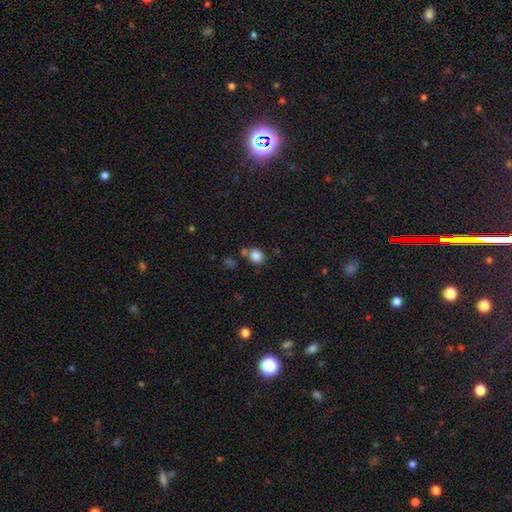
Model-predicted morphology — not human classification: Smooth or featured? Predicted: smooth (p=0.84). How rounded? Predicted: round (p=0.79). Merging? Predicted: none (p=0.67).